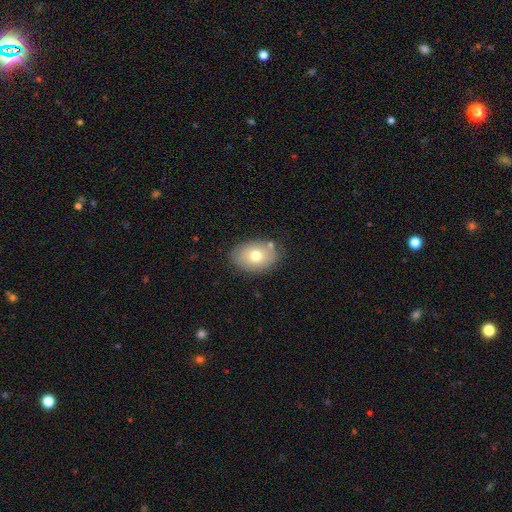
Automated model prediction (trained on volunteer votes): This appears to be a smooth galaxy with no disk features (71%) that is in between round and cigar-shaped (77%). Merging: none (79%).